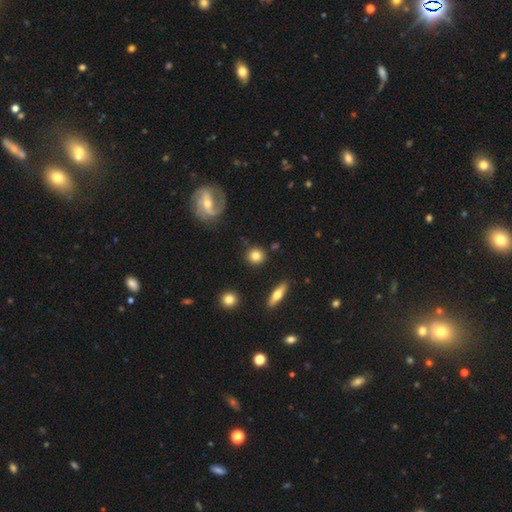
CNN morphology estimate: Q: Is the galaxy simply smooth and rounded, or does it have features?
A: smooth — 78%.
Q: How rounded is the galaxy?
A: round — 91%.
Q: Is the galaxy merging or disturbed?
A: none — 88%.